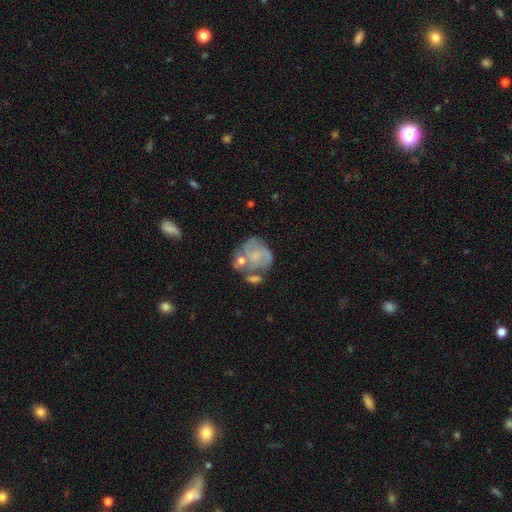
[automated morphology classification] Smooth or featured? Predicted: featured or disk (p=0.57). Edge-on disk? Predicted: no (p=0.98). Bar? Predicted: no (p=0.72). Spiral arms? Predicted: yes (p=0.63). Bulge size? Predicted: small (p=0.39). Merging? Predicted: none (p=0.40).